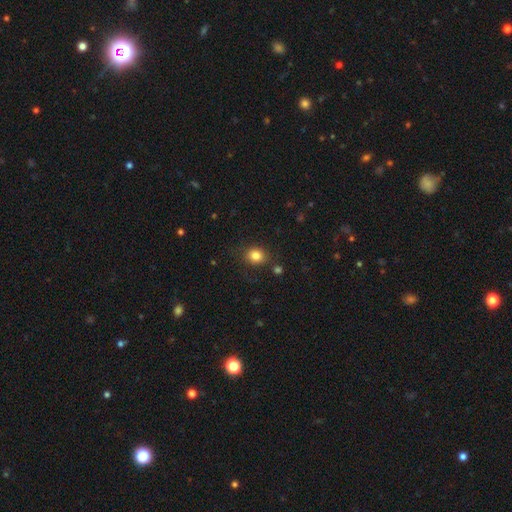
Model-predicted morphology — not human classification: This appears to be a smooth galaxy with no disk features (82%) that is round (66%). Merging: none (80%).